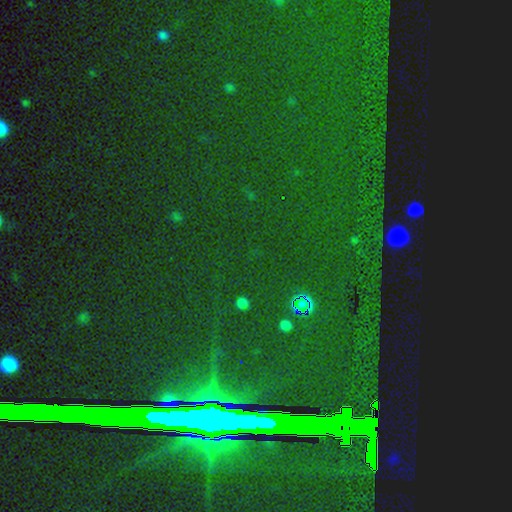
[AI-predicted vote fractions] Smooth or featured? Predicted: star or artifact (p=0.85).